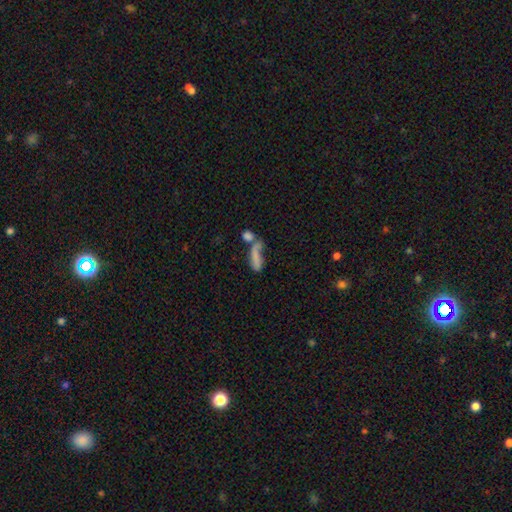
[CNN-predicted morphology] Q: Smooth or featured?
A: smooth (66%); runner-up: featured or disk (23%)
Q: How rounded?
A: cigar-shaped (49%); runner-up: in between (46%)
Q: Merging?
A: merger (47%); runner-up: none (24%)